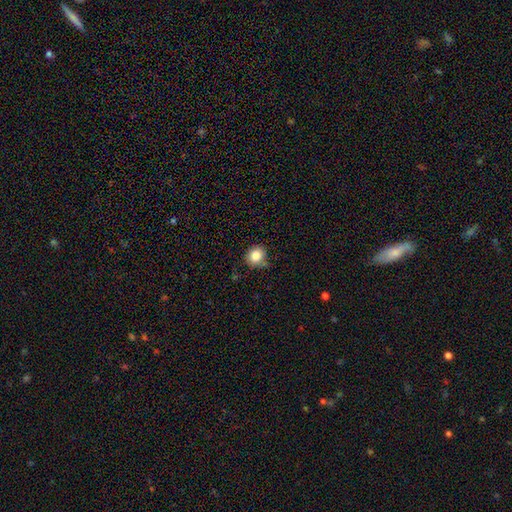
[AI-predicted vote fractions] smooth_or_featured: smooth (p=0.82) [alt: star or artifact p=0.11]
how_rounded: round (p=0.83) [alt: in between p=0.16]
merging: none (p=0.80) [alt: minor disturbance p=0.15]